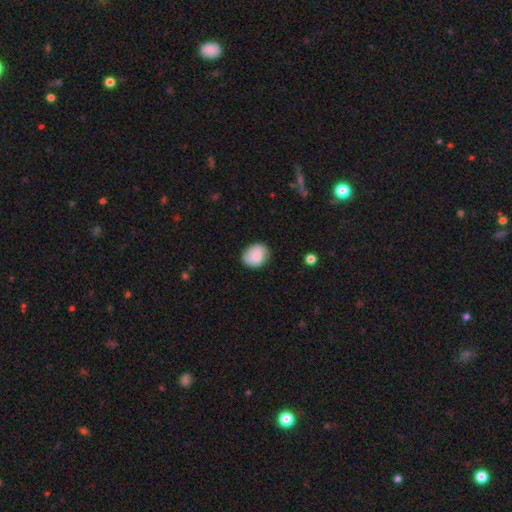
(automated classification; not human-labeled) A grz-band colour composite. It shows a smooth galaxy with no disk features (81%) that is round (52%). Merging: none (77%).